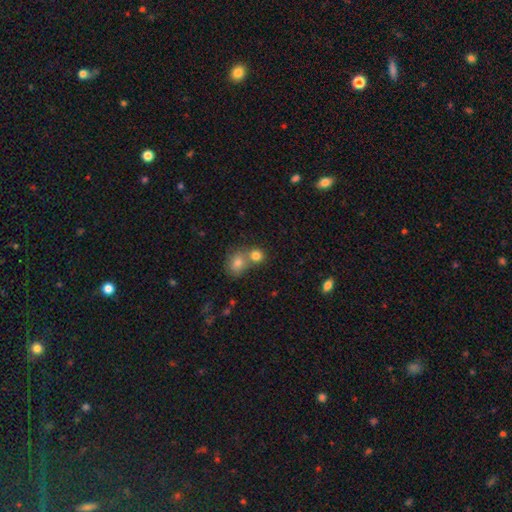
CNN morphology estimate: smooth-or-featured: smooth: 80% | star or artifact: 12% | featured or disk: 8%
  how-rounded: round: 79% | in between: 20% | cigar-shaped: 1%
  merging: merger: 47% | none: 44% | minor disturbance: 7% | major disturbance: 3%